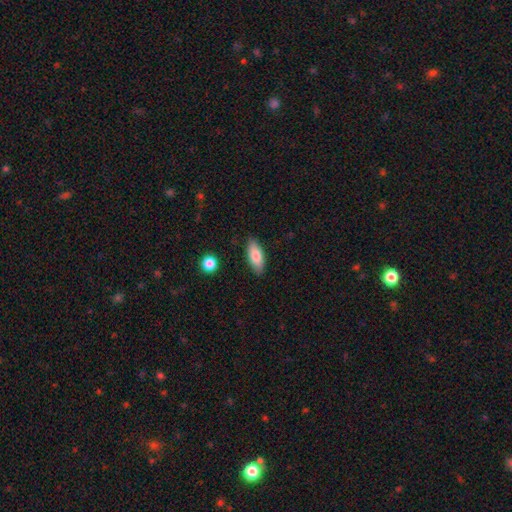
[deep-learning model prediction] Smooth or featured: smooth — 81% (featured or disk — 12%)
How rounded: in between — 80% (cigar-shaped — 17%)
Merging: none — 86% (minor disturbance — 10%)